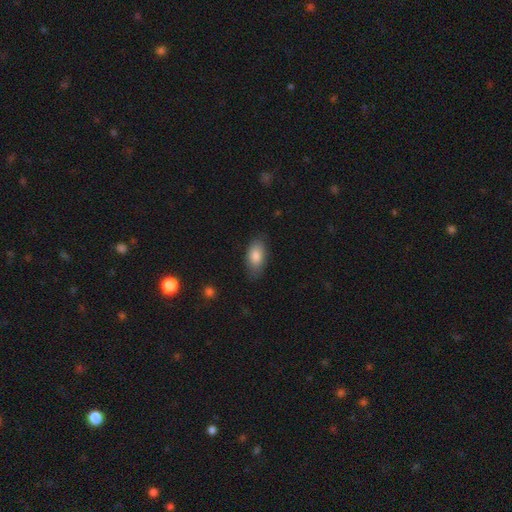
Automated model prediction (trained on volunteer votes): A smooth galaxy with no disk features (84%) that is in between round and cigar-shaped (92%). Merging: none (80%).